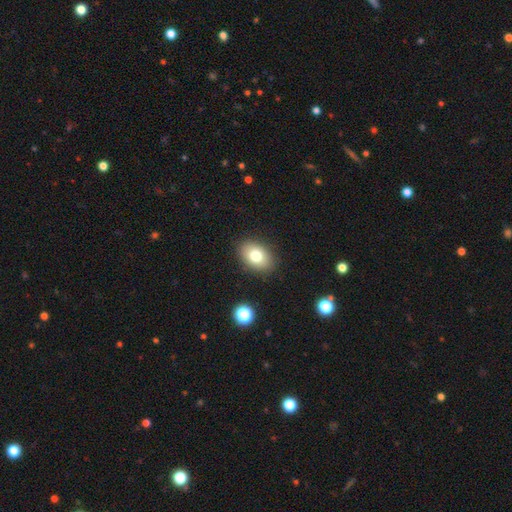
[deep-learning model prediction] Overall: smooth (78%). How rounded: in between (81%). Merging: none (88%).